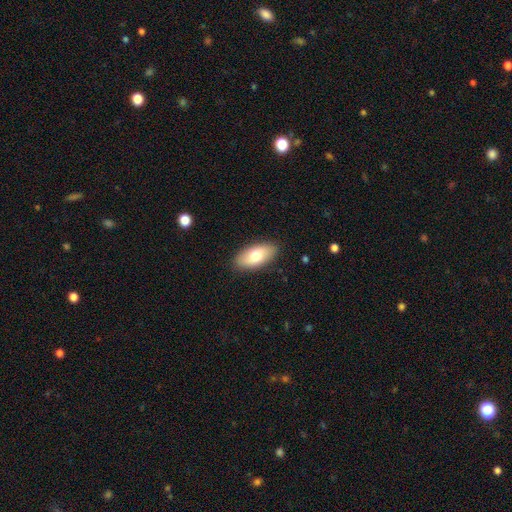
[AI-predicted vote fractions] Smooth or featured?
  - smooth: 73% *
  - featured or disk: 21%
  - star or artifact: 6%
How rounded?
  - in between: 91% *
  - cigar-shaped: 6%
  - round: 3%
Merging?
  - none: 88% *
  - minor disturbance: 9%
  - major disturbance: 2%
  - merger: 1%